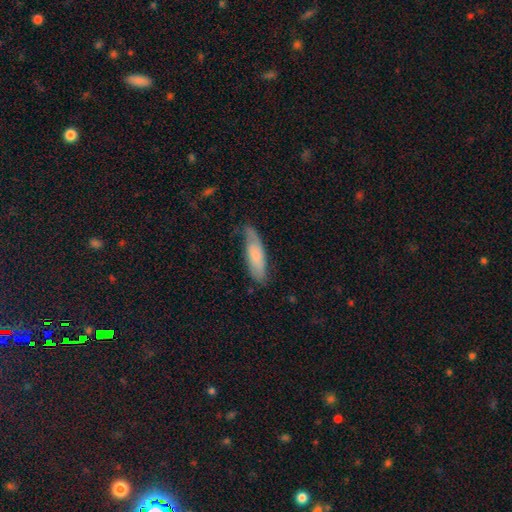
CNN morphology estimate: The model was most divided on "how rounded": cigar-shaped: 57%, in between: 42%, round: 2%. More confident: smooth or featured — smooth (65%); merging — none (63%).